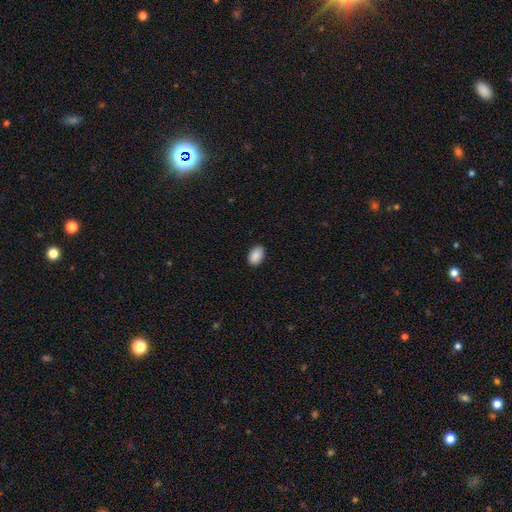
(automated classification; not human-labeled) Overall: smooth (91%). How rounded: in between (91%). Merging: none (89%).